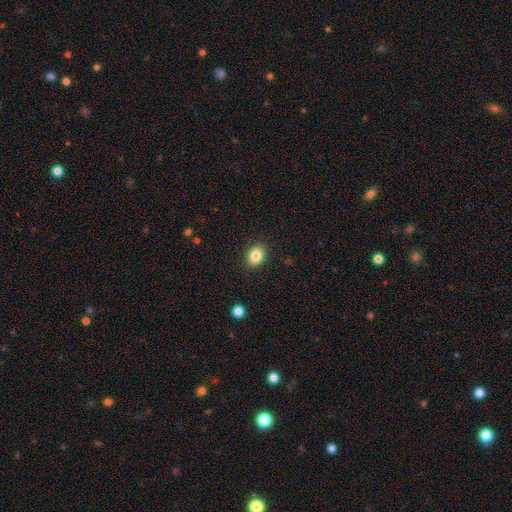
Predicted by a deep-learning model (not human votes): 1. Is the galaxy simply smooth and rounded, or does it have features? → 84% smooth, 9% star or artifact, 7% featured or disk.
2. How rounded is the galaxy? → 67% in between, 32% round, 1% cigar-shaped.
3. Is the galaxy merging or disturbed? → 89% none, 8% minor disturbance, 2% major disturbance, 1% merger.